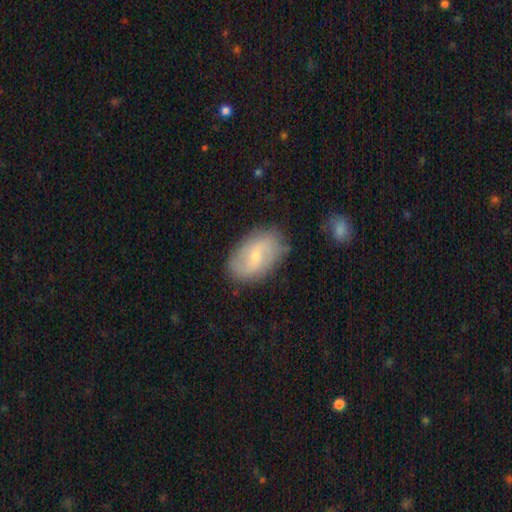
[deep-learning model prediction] This appears to be a featured or disk galaxy (63%) with a weak bar (46%), 2 (77%) loose (47%) spiral arms (83%) and a small central bulge (66%). Merging: none (81%).